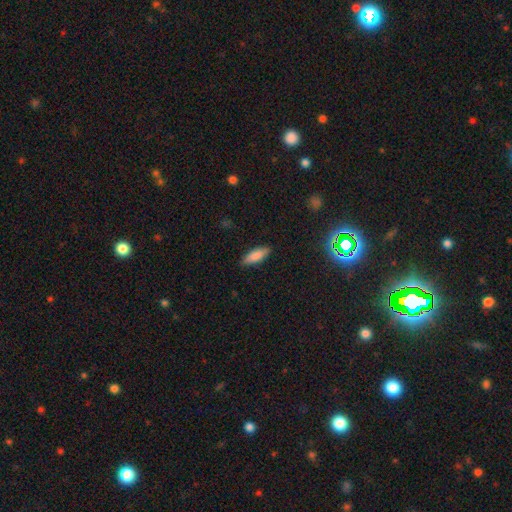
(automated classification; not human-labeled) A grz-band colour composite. It shows a smooth galaxy with no disk features (85%) that is in between round and cigar-shaped (63%). Merging: none (87%).